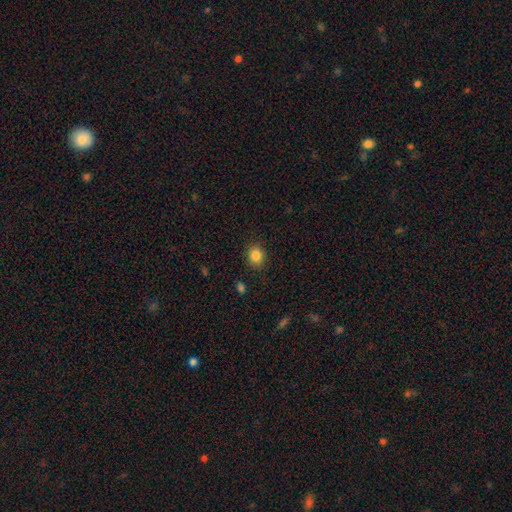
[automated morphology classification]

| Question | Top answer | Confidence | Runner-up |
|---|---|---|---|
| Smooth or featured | smooth | 85% | star or artifact (10%) |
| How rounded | round | 66% | in between (33%) |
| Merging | none | 88% | minor disturbance (8%) |